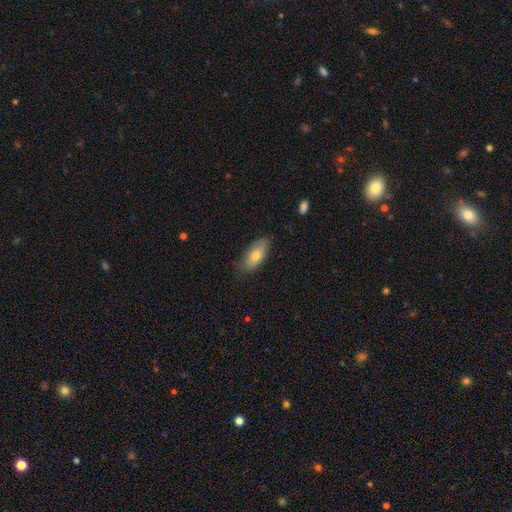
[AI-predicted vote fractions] This appears to be a smooth galaxy with no disk features (74%) that is in between round and cigar-shaped (87%). Merging: none (77%).